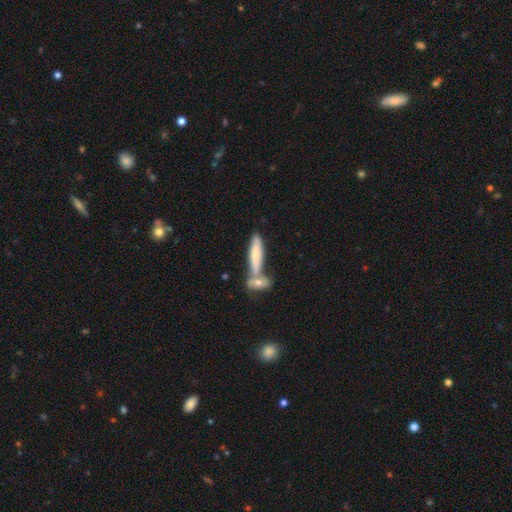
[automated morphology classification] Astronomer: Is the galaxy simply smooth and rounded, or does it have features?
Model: smooth — 68%.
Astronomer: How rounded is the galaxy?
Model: cigar-shaped — 77%.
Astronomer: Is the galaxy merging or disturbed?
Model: none — 49% (runner-up: merger, 36%).